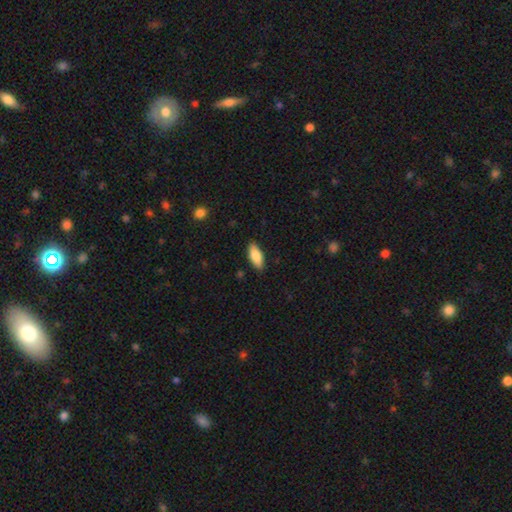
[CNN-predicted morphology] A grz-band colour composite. It shows a smooth galaxy with no disk features (84%) that is in between round and cigar-shaped (83%). Merging: none (87%).